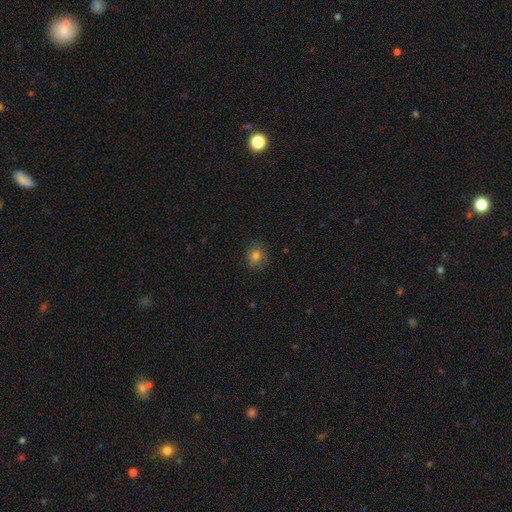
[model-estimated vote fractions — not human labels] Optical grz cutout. It shows a smooth galaxy with no disk features (81%) that is round (78%). Merging: none (83%).